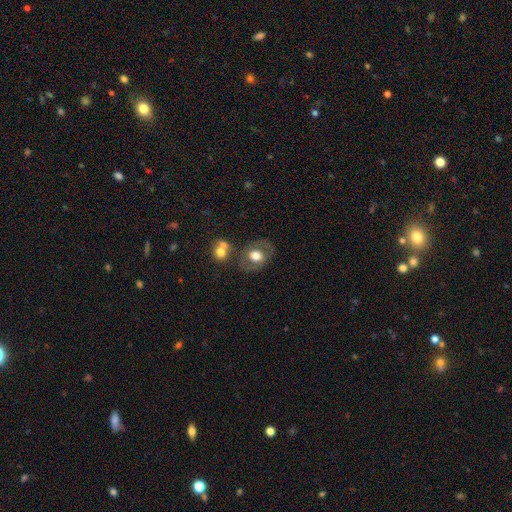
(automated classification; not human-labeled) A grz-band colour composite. It shows a smooth galaxy with no disk features (54%) that is round (53%). Merging: none (67%).